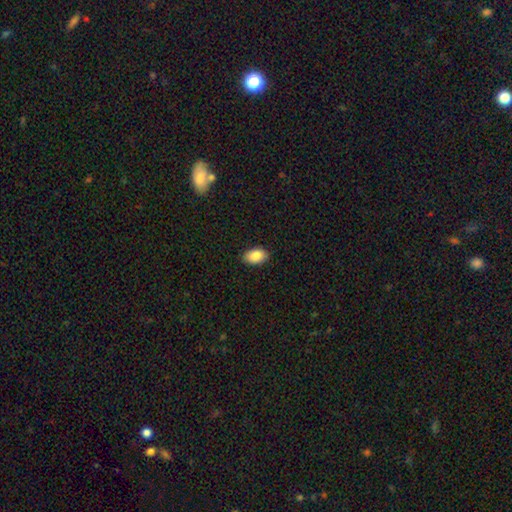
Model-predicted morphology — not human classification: Overall: smooth (87%). How rounded: in between (92%). Merging: none (88%).